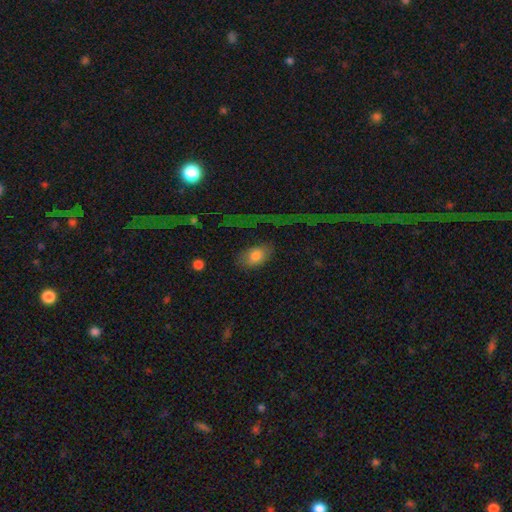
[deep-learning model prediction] This appears to be a smooth galaxy with no disk features (76%) that is in between round and cigar-shaped (88%). Merging: none (61%).